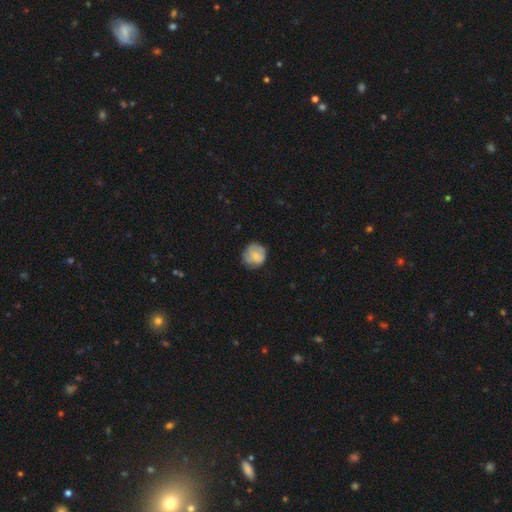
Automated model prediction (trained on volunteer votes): Overall: smooth (75%). How rounded: round (88%). Merging: none (69%).